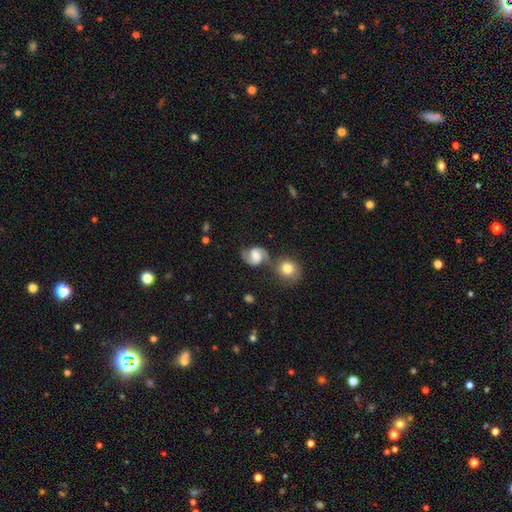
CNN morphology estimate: This is likely a featured or disk galaxy (79%). It is clearly not viewed edge-on (98%). Bar: possibly weak (48%). Spiral arm pattern: clearly yes (95%). Spiral arm count: clearly 2 (93%). Spiral winding: possibly medium (57%). Central bulge: possibly moderate (48%). Merging: likely none (65%).